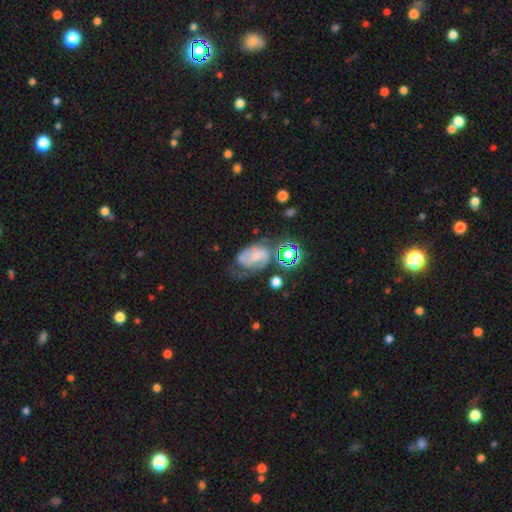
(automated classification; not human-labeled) Morphology: type=featured or disk (55%); edge-on=no (96%); bar=no (55%); spiral arms=yes (72%); bulge=small (41%); merging=major disturbance (33%).